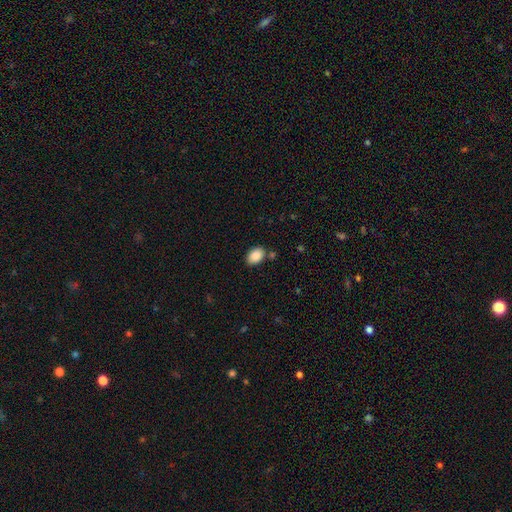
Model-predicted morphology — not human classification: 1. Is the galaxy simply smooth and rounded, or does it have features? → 87% smooth, 8% star or artifact, 5% featured or disk.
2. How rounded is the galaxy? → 80% in between, 19% round, 1% cigar-shaped.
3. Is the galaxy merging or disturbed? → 81% none, 11% minor disturbance, 5% merger, 3% major disturbance.